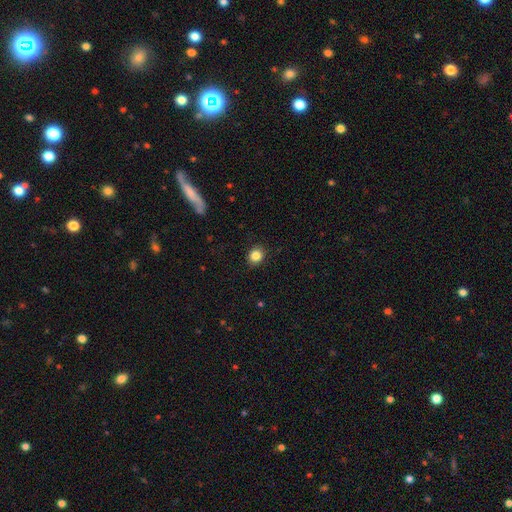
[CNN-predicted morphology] Overall: smooth (85%). How rounded: round (73%). Merging: none (89%).